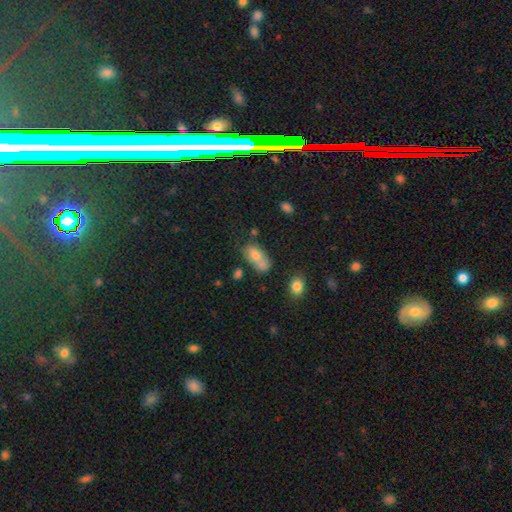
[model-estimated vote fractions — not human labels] smooth 70%, featured or disk 20%, star or artifact 11%. Down the decision tree: how rounded — in between (86%); merging — none (38%).